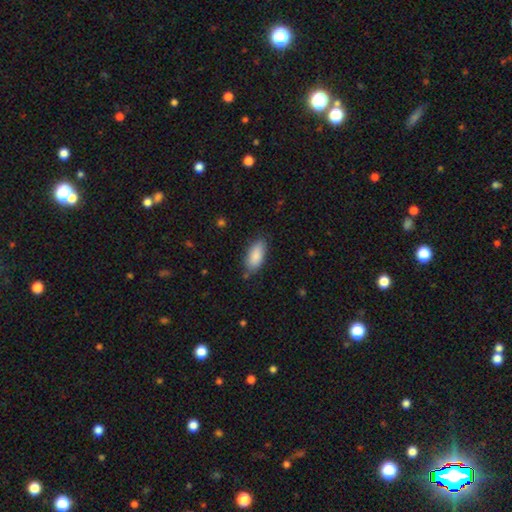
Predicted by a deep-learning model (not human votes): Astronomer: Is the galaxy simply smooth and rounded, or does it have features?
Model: smooth — 87%.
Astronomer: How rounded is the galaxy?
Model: in between — 88%.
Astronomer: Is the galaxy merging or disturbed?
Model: none — 78%.